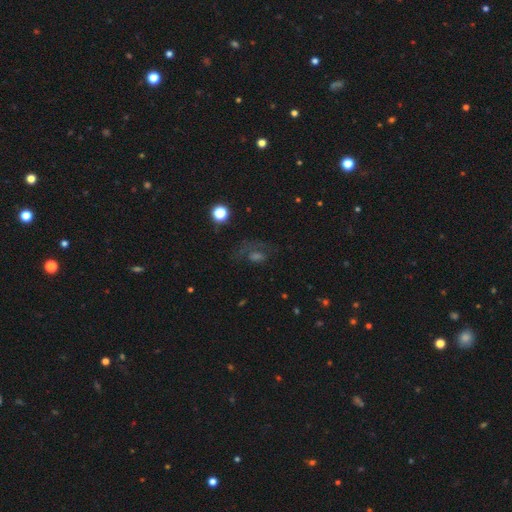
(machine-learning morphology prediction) Smooth or featured?
  - smooth: 36% *
  - star or artifact: 33%
  - featured or disk: 31%
Merging?
  - none: 49% *
  - major disturbance: 28%
  - minor disturbance: 20%
  - merger: 4%